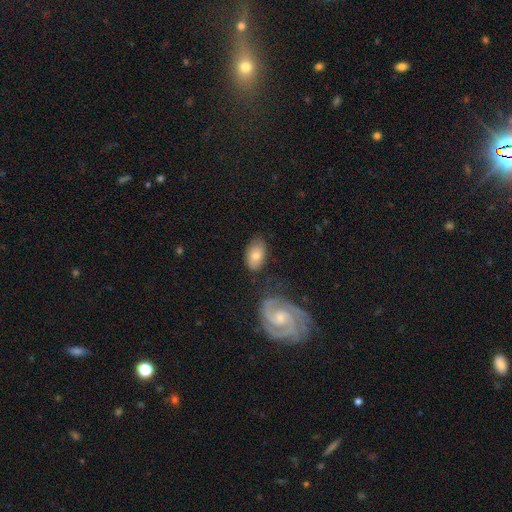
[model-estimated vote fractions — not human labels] smooth_or_featured: smooth (p=0.68) [alt: featured or disk p=0.25]
how_rounded: in between (p=0.91) [alt: round p=0.07]
merging: none (p=0.71) [alt: minor disturbance p=0.17]